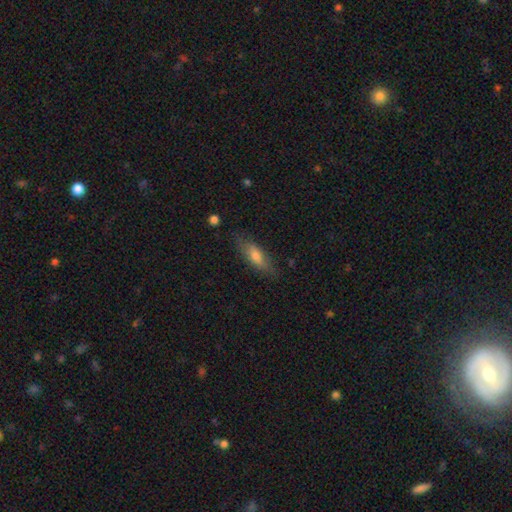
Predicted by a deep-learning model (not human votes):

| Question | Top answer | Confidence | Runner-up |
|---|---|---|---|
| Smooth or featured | smooth | 65% | featured or disk (28%) |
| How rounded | in between | 51% | cigar-shaped (46%) |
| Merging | none | 78% | minor disturbance (17%) |